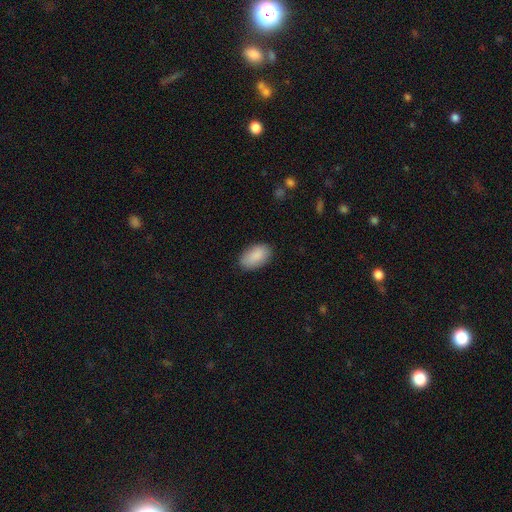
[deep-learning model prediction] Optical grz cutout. It shows a smooth galaxy with no disk features (90%) that is in between round and cigar-shaped (94%). Merging: none (86%).